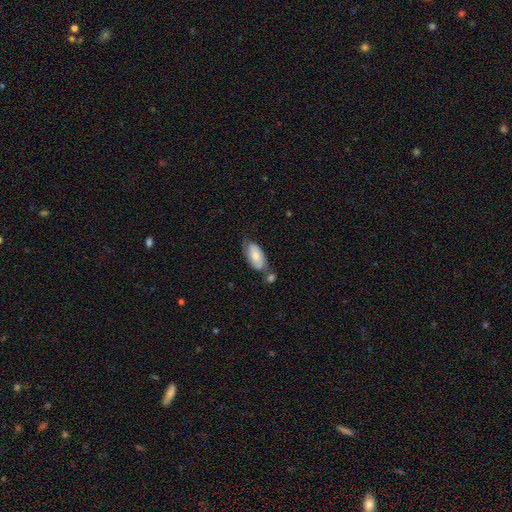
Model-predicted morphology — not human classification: smooth-or-featured: smooth: 73% | featured or disk: 21% | star or artifact: 6%
  how-rounded: in between: 91% | cigar-shaped: 6% | round: 2%
  merging: none: 51% | minor disturbance: 23% | merger: 20% | major disturbance: 7%